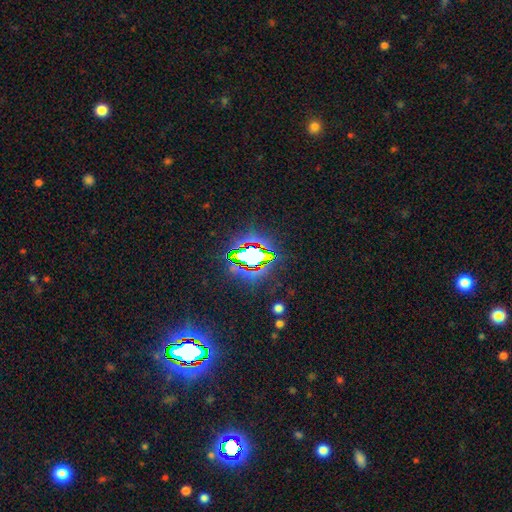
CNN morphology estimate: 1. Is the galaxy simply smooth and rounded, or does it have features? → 76% star or artifact, 14% smooth, 10% featured or disk.